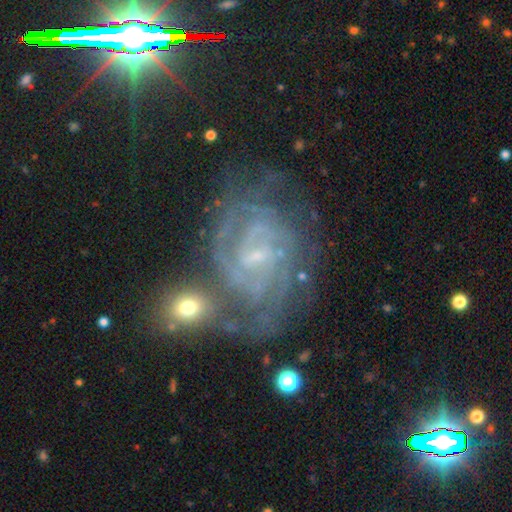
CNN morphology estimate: smooth-or-featured: featured or disk: 89% | star or artifact: 6% | smooth: 5%
  disk-edge-on: no: 98% | yes: 2%
    bar: weak: 55% | no: 27% | strong: 18%
    has-spiral-arms: yes: 96% | no: 4%
      spiral-winding: tight: 61% | medium: 33% | loose: 6%
      spiral-arm-count: 2: 28% | can't tell: 25% | 3: 22% | 4: 12% | more than 4: 7% | 1: 6%
    bulge-size: small: 70% | moderate: 19% | none: 9% | large: 1% | dominant: 1%
  merging: none: 54% | minor disturbance: 19% | merger: 14% | major disturbance: 12%